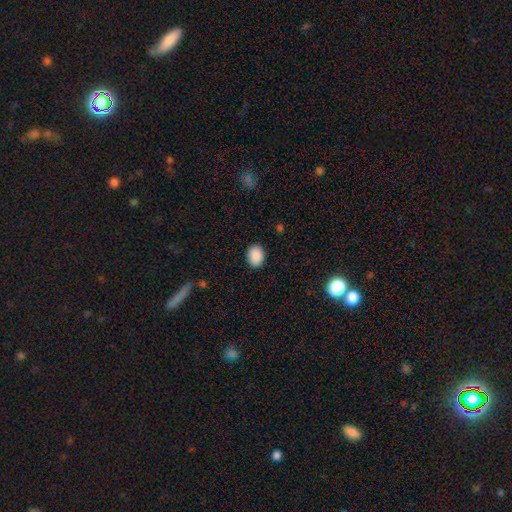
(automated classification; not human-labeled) Smooth or featured: smooth — 90% (star or artifact — 8%)
How rounded: in between — 62% (round — 37%)
Merging: none — 89% (minor disturbance — 8%)